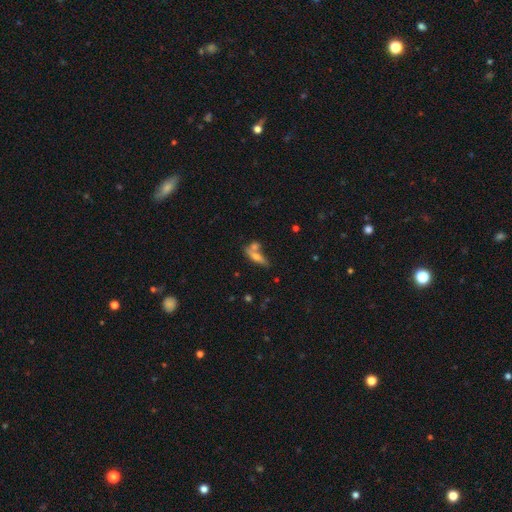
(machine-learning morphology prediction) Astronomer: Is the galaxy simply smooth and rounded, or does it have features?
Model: smooth — 57% (runner-up: featured or disk, 34%).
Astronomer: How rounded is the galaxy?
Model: cigar-shaped — 58% (runner-up: in between, 38%).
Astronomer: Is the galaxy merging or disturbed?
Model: none — 45% (runner-up: merger, 37%).